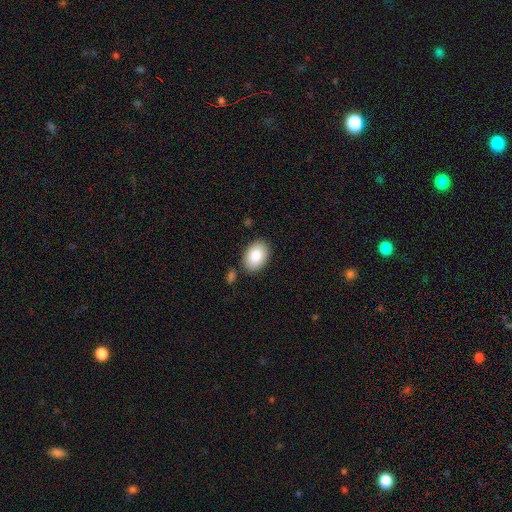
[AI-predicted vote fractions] smooth_or_featured: smooth (p=0.88) [alt: star or artifact p=0.06]
how_rounded: in between (p=0.85) [alt: round p=0.14]
merging: none (p=0.84) [alt: minor disturbance p=0.10]